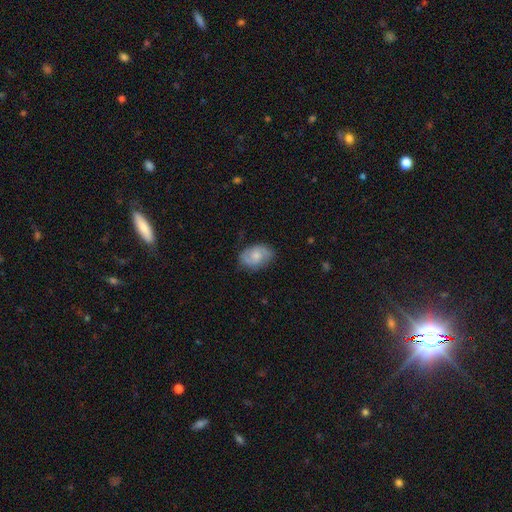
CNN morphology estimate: Smooth or featured? Predicted: featured or disk (p=0.51). Edge-on disk? Predicted: no (p=0.96). Merging? Predicted: none (p=0.75).